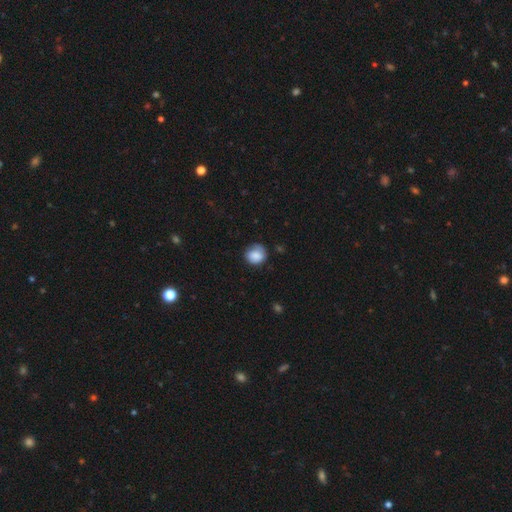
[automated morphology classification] Smooth or featured?
  - smooth: 81% *
  - featured or disk: 11%
  - star or artifact: 8%
How rounded?
  - round: 74% *
  - in between: 25%
  - cigar-shaped: 1%
Merging?
  - none: 63% *
  - minor disturbance: 27%
  - major disturbance: 8%
  - merger: 2%